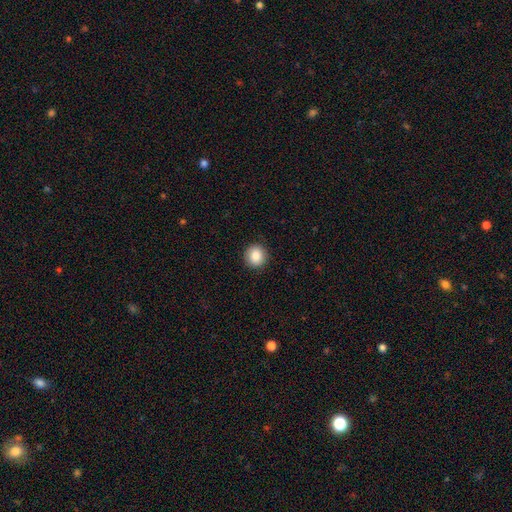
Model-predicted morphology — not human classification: Smooth or featured? smooth (86%)
How rounded? round (92%)
Merging? none (92%)